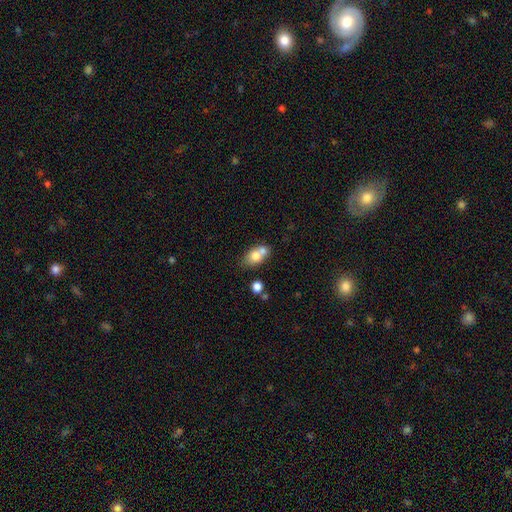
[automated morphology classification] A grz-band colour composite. It shows a smooth galaxy with no disk features (72%) that is in between round and cigar-shaped (74%). Merging: merger (45%).